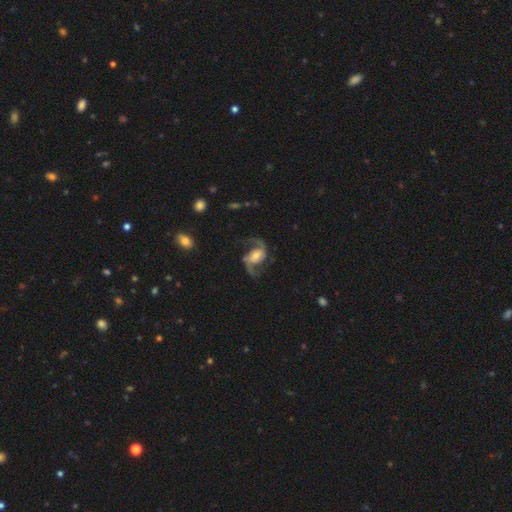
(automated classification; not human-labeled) Overall: featured or disk (88%). Edge-on disk: no (97%). Bar: weak (41%; no 33%). Spiral arms: yes (97%). Spiral arm count: 2 (92%). Spiral winding: loose (53%; medium 40%). Bulge size: moderate (49%; small 34%). Merging: none (71%).